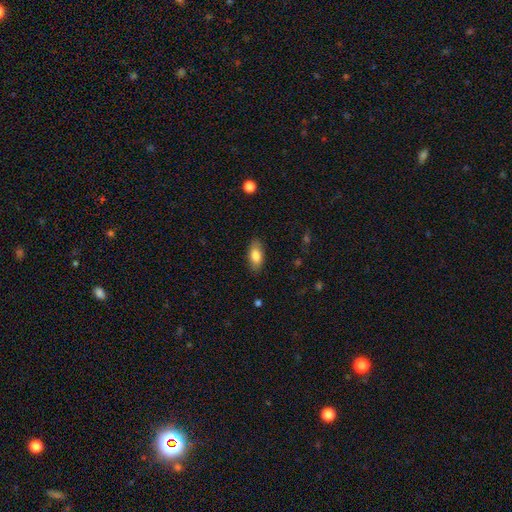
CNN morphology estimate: This is clearly a smooth galaxy (81%). How rounded: clearly in between (89%). Merging: clearly none (85%).